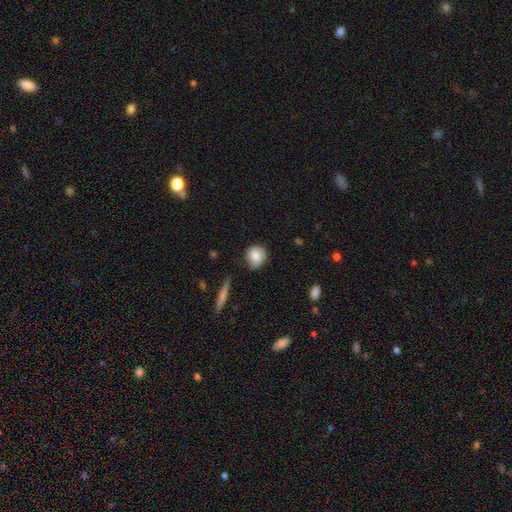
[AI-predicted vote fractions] smooth-or-featured: smooth: 81% | featured or disk: 12% | star or artifact: 8%
  how-rounded: round: 82% | in between: 16% | cigar-shaped: 1%
  merging: none: 69% | minor disturbance: 23% | major disturbance: 5% | merger: 2%